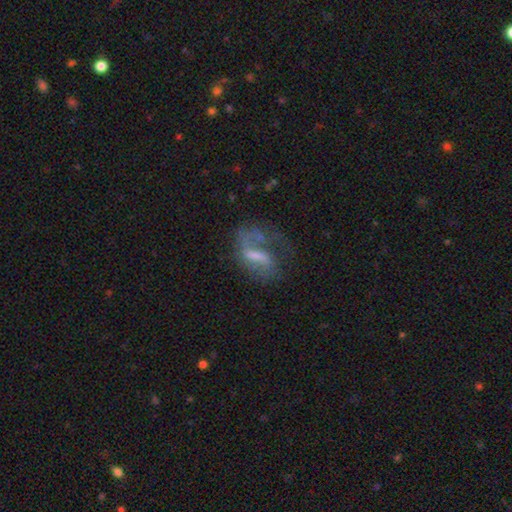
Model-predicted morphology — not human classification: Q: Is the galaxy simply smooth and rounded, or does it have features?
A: featured or disk — 66%.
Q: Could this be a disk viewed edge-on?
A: no — 94%.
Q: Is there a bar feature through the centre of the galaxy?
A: weak — 41%.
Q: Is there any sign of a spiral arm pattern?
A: yes — 74%.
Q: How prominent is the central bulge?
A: none — 39%.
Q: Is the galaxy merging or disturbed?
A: none — 39%.